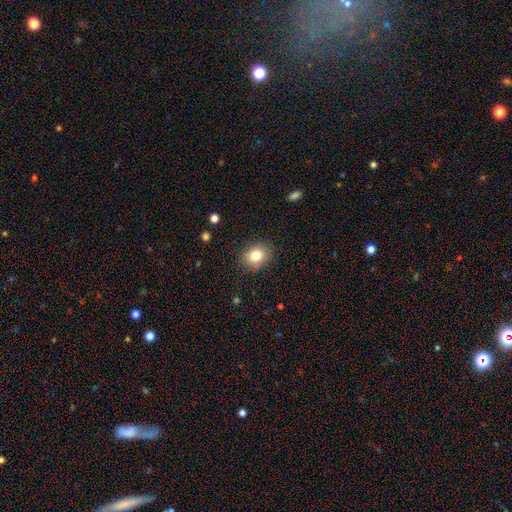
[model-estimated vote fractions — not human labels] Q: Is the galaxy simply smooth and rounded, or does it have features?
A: smooth — 81%.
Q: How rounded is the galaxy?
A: round — 52%.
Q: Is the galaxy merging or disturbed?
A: none — 86%.